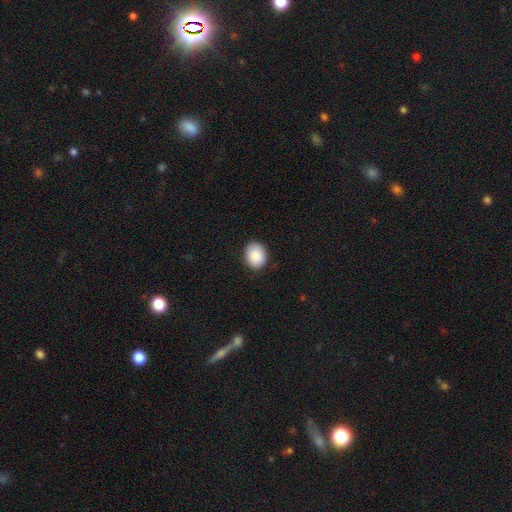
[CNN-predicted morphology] The model was most divided on "how rounded": in between: 56%, round: 44%, cigar-shaped: 1%. More confident: smooth or featured — smooth (89%); merging — none (88%).